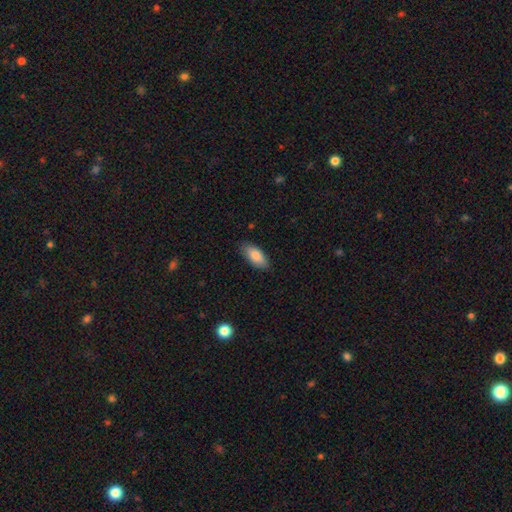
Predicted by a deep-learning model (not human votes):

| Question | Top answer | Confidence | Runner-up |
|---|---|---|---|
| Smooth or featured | smooth | 86% | featured or disk (8%) |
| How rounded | in between | 87% | cigar-shaped (11%) |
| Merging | none | 85% | minor disturbance (12%) |